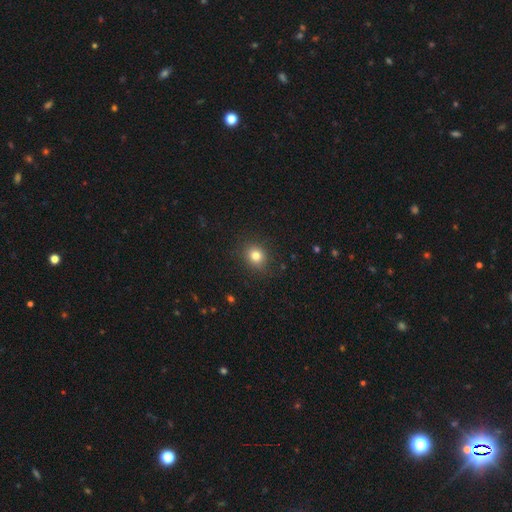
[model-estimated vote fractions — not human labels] smooth-or-featured: smooth: 81% | star or artifact: 12% | featured or disk: 7%
  how-rounded: round: 71% | in between: 28% | cigar-shaped: 1%
  merging: none: 87% | minor disturbance: 9% | major disturbance: 3% | merger: 1%